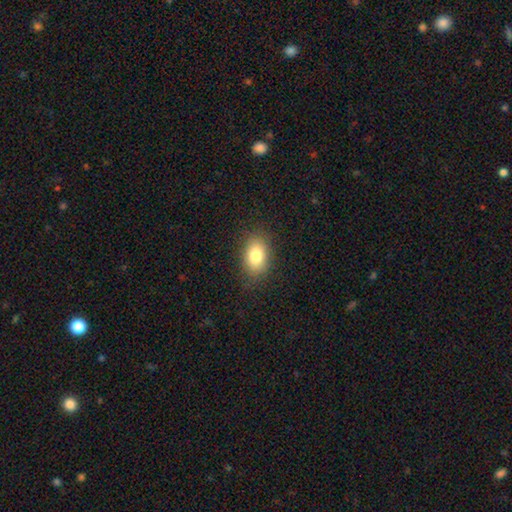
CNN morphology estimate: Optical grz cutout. It shows a smooth galaxy with no disk features (81%) that is in between round and cigar-shaped (85%). Merging: none (85%).